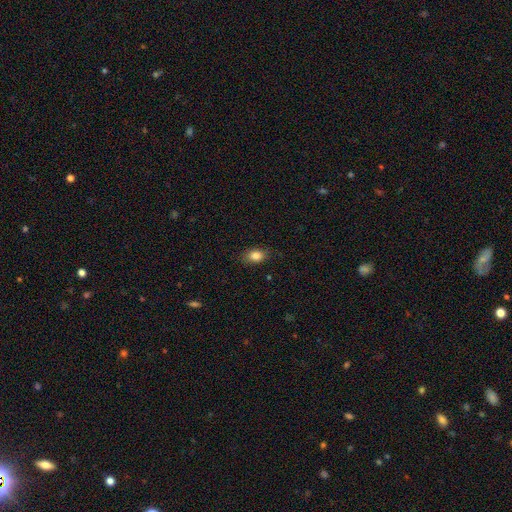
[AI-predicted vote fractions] Smooth or featured?
  - smooth: 84% *
  - star or artifact: 9%
  - featured or disk: 7%
How rounded?
  - in between: 81% *
  - round: 17%
  - cigar-shaped: 2%
Merging?
  - none: 80% *
  - minor disturbance: 15%
  - major disturbance: 3%
  - merger: 1%